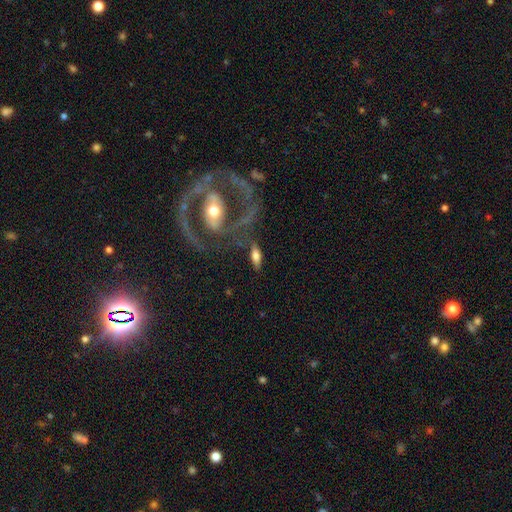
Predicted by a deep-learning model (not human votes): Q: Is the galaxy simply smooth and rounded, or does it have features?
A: smooth — 57%.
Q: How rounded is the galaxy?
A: in between — 74%.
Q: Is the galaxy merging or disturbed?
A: none — 61%.